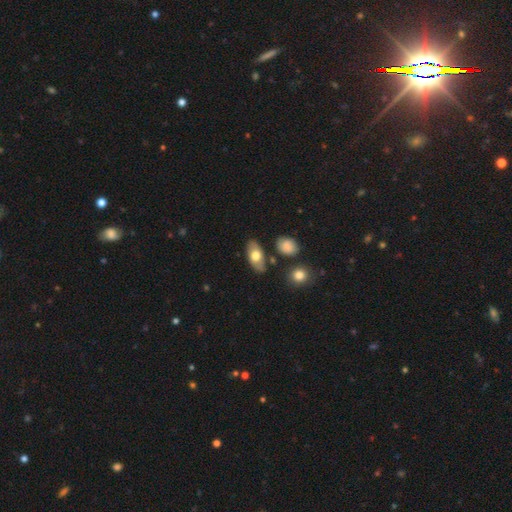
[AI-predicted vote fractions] This appears to be a smooth galaxy with no disk features (68%) that is in between round and cigar-shaped (90%). Merging: none (81%).